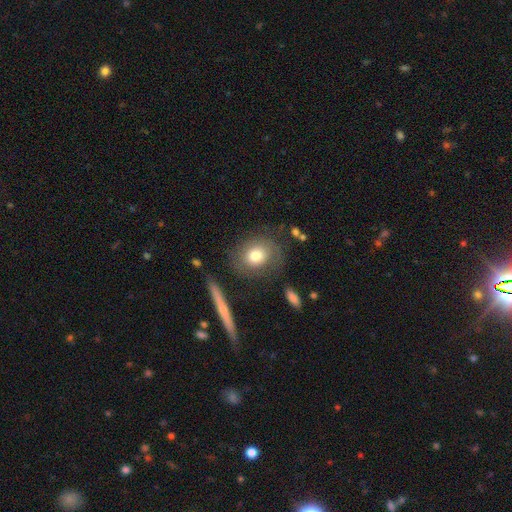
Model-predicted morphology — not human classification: A smooth galaxy with no disk features (72%) that is round (63%). Merging: none (73%).